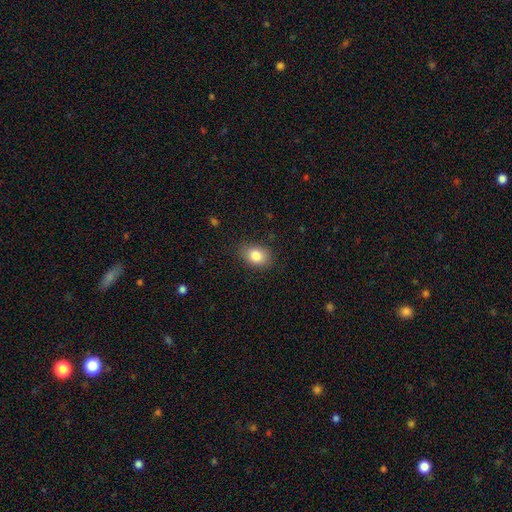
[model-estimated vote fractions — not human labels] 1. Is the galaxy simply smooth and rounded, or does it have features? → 83% smooth, 9% star or artifact, 8% featured or disk.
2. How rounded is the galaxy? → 75% in between, 23% round, 1% cigar-shaped.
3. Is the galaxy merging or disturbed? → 83% none, 13% minor disturbance, 3% major disturbance, 1% merger.